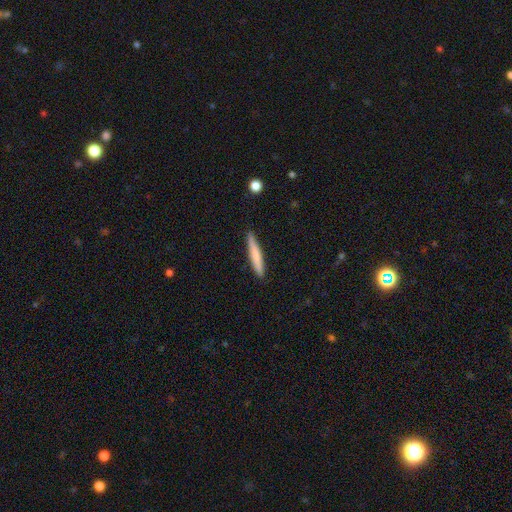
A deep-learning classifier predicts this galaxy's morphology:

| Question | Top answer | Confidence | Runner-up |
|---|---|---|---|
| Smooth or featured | smooth | 70% | featured or disk (24%) |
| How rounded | cigar-shaped | 94% | in between (5%) |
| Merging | none | 89% | minor disturbance (8%) |